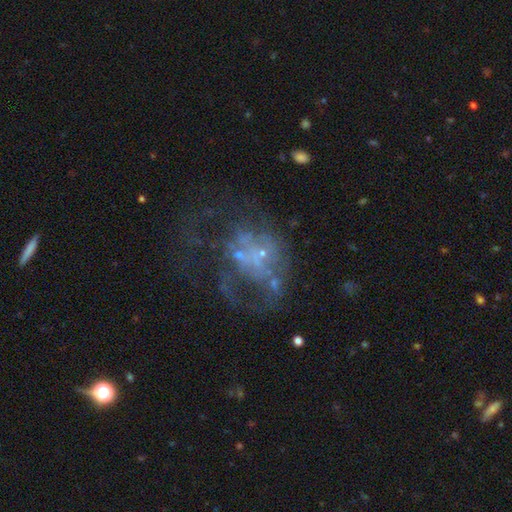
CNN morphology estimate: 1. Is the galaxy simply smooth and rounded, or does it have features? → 61% featured or disk, 20% smooth, 18% star or artifact.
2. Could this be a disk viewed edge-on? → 98% no, 2% yes.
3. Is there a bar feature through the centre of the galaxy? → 88% no, 10% weak, 2% strong.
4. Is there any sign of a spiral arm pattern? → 79% no, 21% yes.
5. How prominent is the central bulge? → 50% none, 38% small, 9% moderate, 2% large, 1% dominant.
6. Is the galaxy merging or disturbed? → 42% major disturbance, 33% none, 15% minor disturbance, 11% merger.